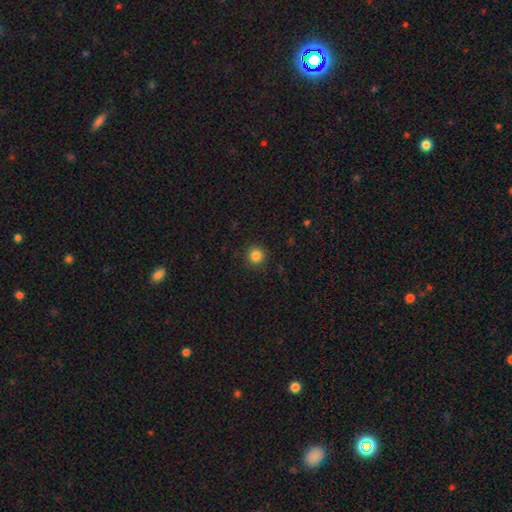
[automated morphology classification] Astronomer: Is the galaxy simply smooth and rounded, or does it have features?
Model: smooth — 85%.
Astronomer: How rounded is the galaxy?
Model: round — 95%.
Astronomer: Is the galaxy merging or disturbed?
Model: none — 91%.